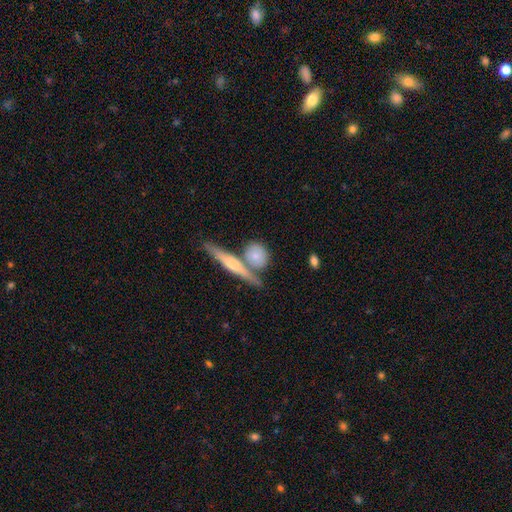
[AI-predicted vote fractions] Smooth or featured: smooth — 67% (featured or disk — 27%)
How rounded: round — 58% (in between — 28%)
Merging: none — 58% (merger — 24%)